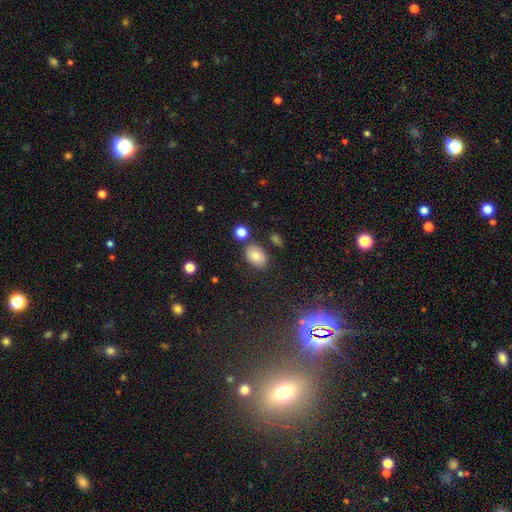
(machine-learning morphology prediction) Overall: smooth (77%). How rounded: in between (76%). Merging: none (79%).